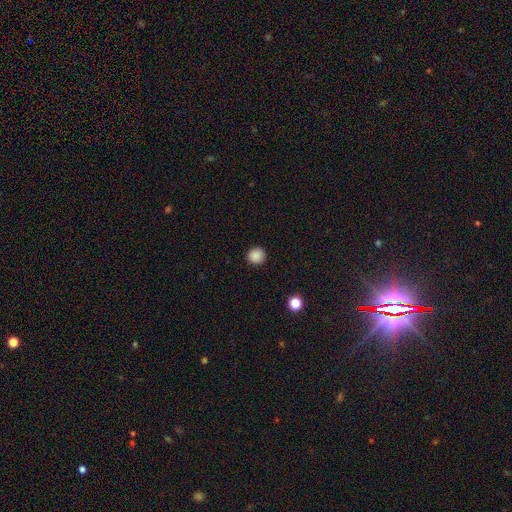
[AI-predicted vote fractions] This is clearly a smooth galaxy (88%). How rounded: clearly round (93%). Merging: clearly none (91%).